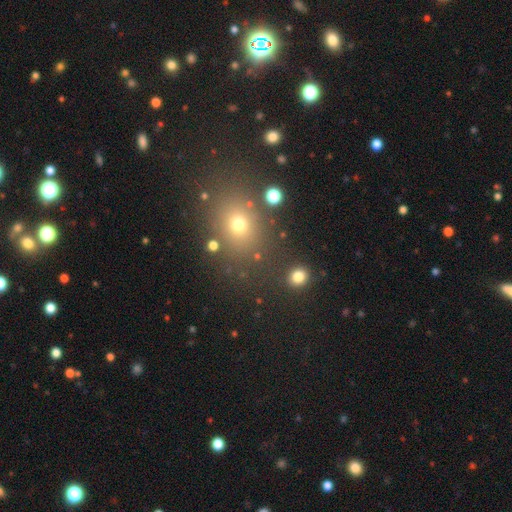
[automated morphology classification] Smooth or featured: smooth — 57% (star or artifact — 33%)
How rounded: round — 59% (in between — 40%)
Merging: none — 83% (minor disturbance — 9%)